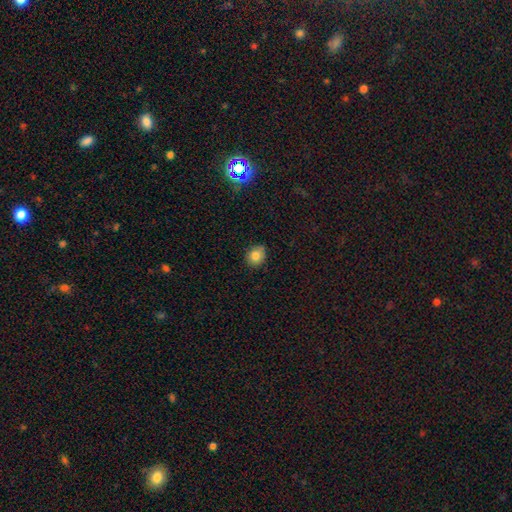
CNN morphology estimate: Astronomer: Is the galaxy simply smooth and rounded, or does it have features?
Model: smooth — 82%.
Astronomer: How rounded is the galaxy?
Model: round — 74%.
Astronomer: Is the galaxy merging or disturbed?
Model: none — 77%.